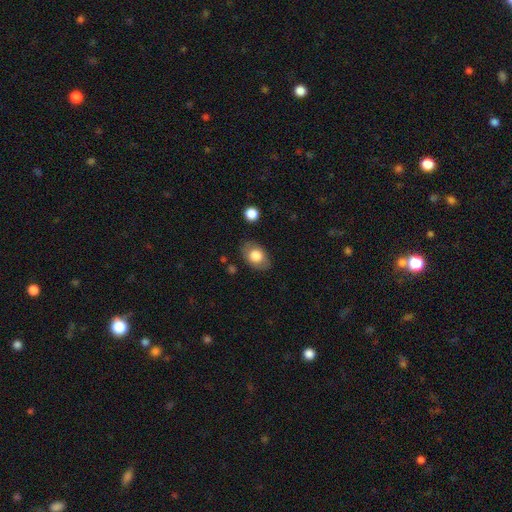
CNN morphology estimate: Smooth or featured? smooth (76%)
How rounded? in between (83%)
Merging? none (81%)